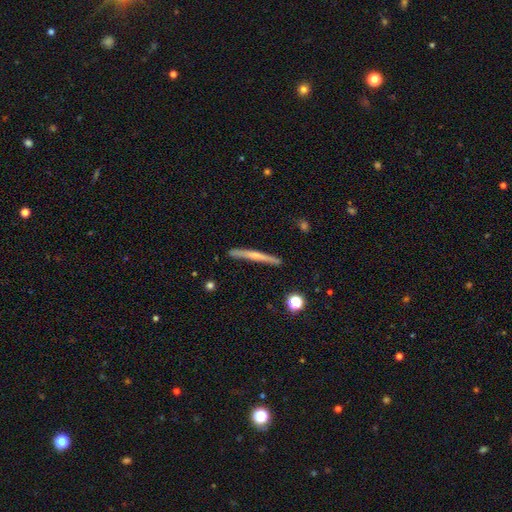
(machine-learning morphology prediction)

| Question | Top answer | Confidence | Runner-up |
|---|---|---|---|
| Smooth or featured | featured or disk | 54% | smooth (40%) |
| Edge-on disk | yes | 97% | no (3%) |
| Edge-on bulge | rounded | 49% | none (44%) |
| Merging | none | 88% | minor disturbance (9%) |